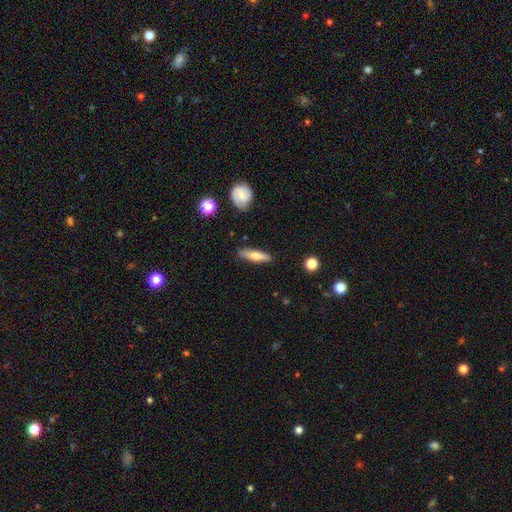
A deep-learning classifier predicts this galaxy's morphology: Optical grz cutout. It shows a smooth galaxy with no disk features (62%) that is cigar-shaped (72%). Merging: none (85%).